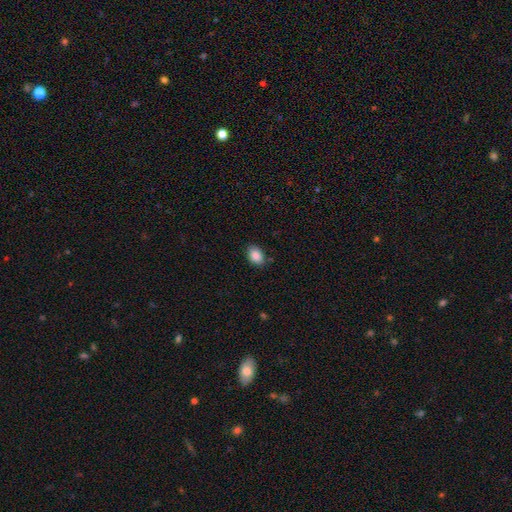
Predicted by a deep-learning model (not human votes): The model was most divided on "how rounded": in between: 79%, round: 20%, cigar-shaped: 1%. More confident: smooth or featured — smooth (88%); merging — none (83%).